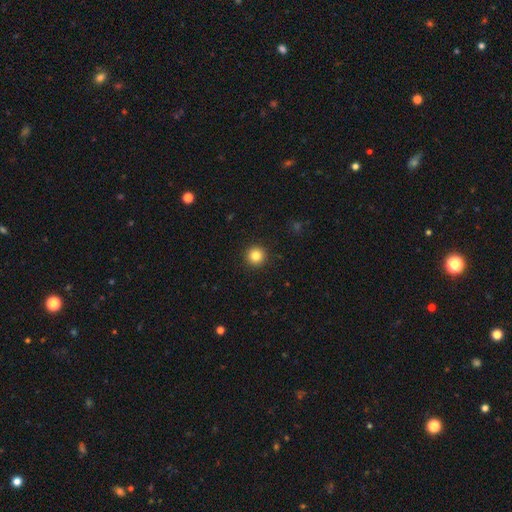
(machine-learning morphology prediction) smooth_or_featured: smooth (p=0.84) [alt: star or artifact p=0.11]
how_rounded: round (p=0.96) [alt: in between p=0.03]
merging: none (p=0.93) [alt: minor disturbance p=0.04]